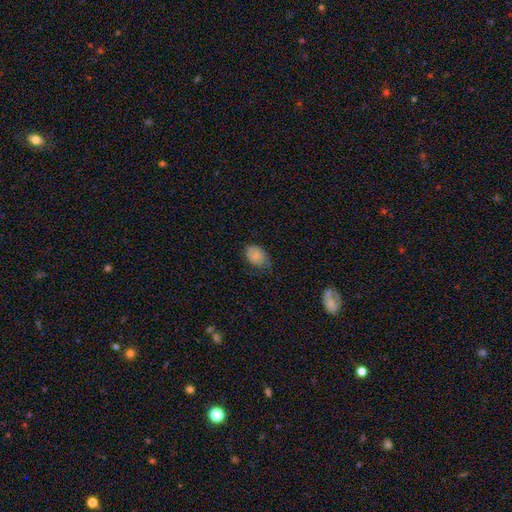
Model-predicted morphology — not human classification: Q: Smooth or featured?
A: smooth (79%); runner-up: featured or disk (13%)
Q: How rounded?
A: in between (83%); runner-up: round (16%)
Q: Merging?
A: none (49%); runner-up: minor disturbance (39%)